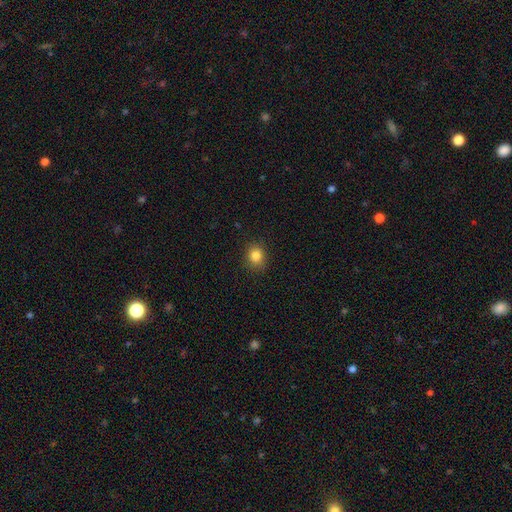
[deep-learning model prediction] Smooth or featured? Predicted: smooth (p=0.84). How rounded? Predicted: round (p=0.75). Merging? Predicted: none (p=0.88).